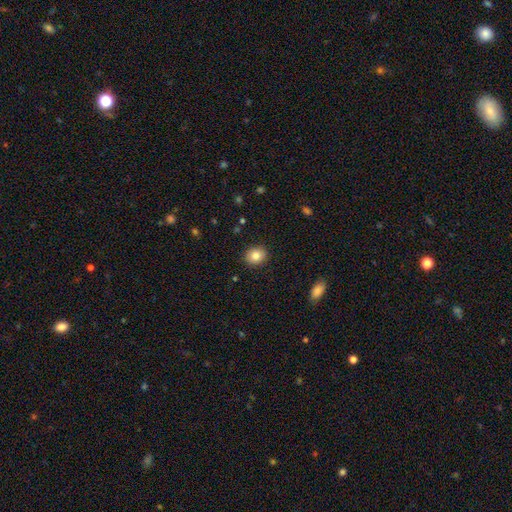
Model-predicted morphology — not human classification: type=smooth (83%); roundness=round (64%); merging=none (90%).